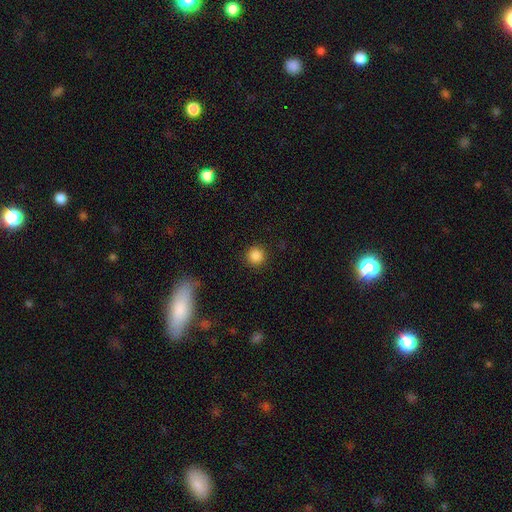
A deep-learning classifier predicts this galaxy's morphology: Smooth or featured? smooth (86%)
How rounded? round (95%)
Merging? none (91%)